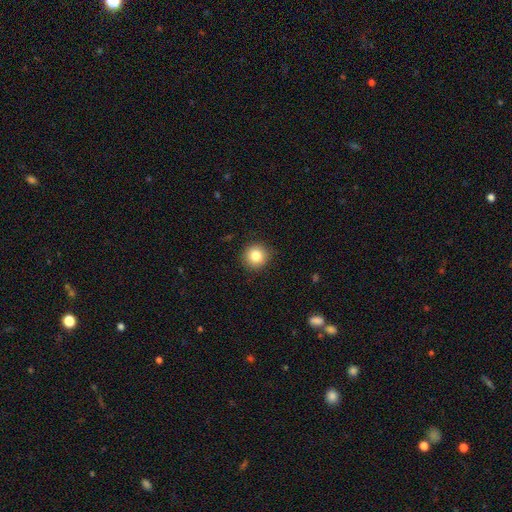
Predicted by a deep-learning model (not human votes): Smooth or featured? Predicted: smooth (p=0.84). How rounded? Predicted: round (p=0.92). Merging? Predicted: none (p=0.89).